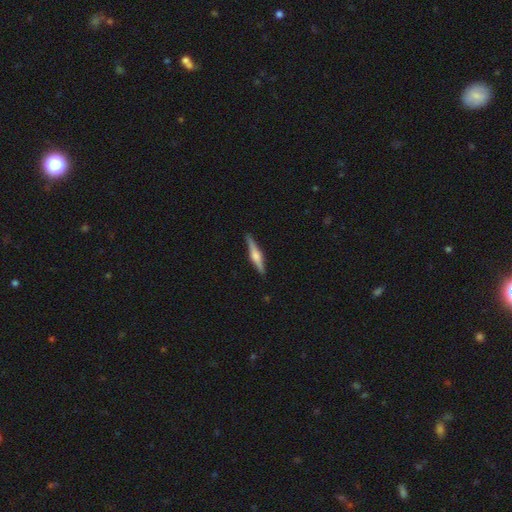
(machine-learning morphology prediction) This is likely a featured or disk galaxy (68%). It is clearly viewed edge-on (98%). Edge-on bulge: clearly rounded (84%). Merging: clearly none (90%).